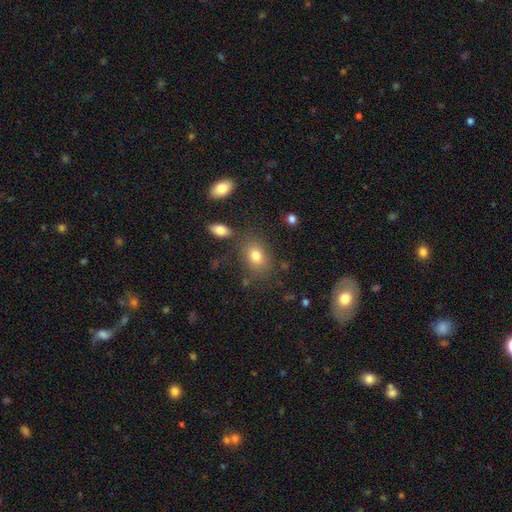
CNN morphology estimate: Smooth or featured?
  - smooth: 78% *
  - star or artifact: 12%
  - featured or disk: 10%
How rounded?
  - in between: 66% *
  - round: 32%
  - cigar-shaped: 1%
Merging?
  - none: 75% *
  - minor disturbance: 13%
  - merger: 6%
  - major disturbance: 5%